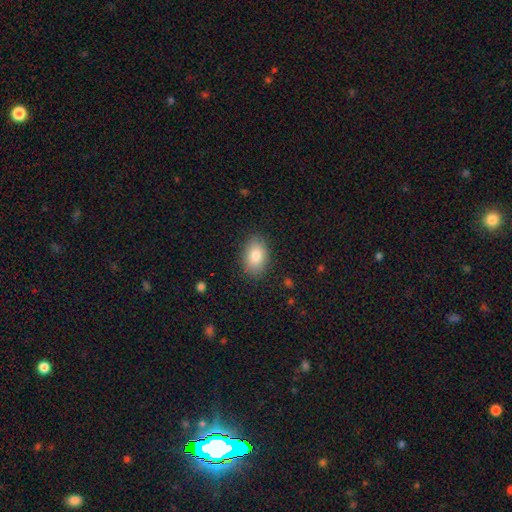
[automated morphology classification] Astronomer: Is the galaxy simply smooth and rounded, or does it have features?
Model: smooth — 84%.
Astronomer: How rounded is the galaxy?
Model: in between — 86%.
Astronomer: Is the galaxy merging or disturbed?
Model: none — 86%.